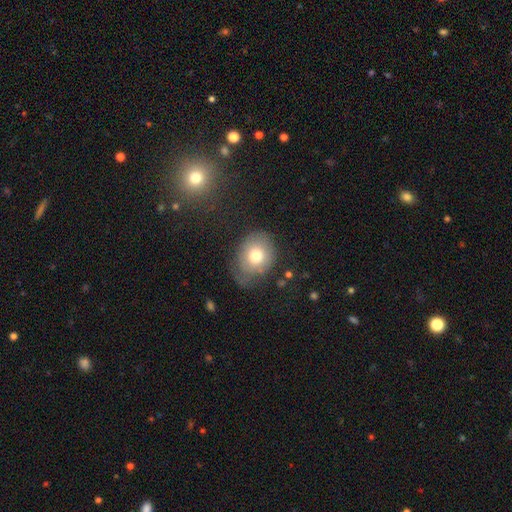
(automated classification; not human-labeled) This is likely a smooth galaxy (73%). How rounded: possibly round (51%). Merging: possibly none (56%).